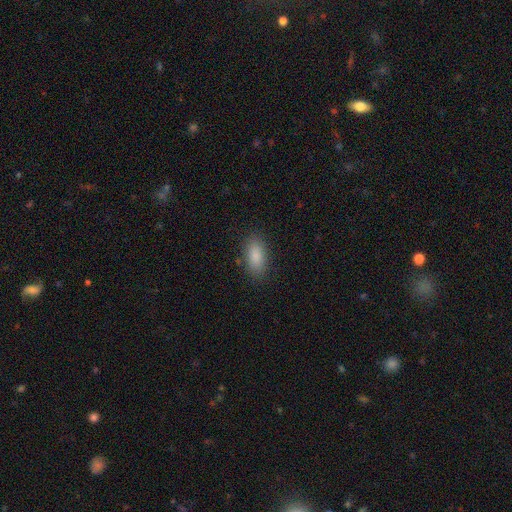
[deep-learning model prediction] Smooth or featured? smooth (87%)
How rounded? in between (88%)
Merging? none (86%)